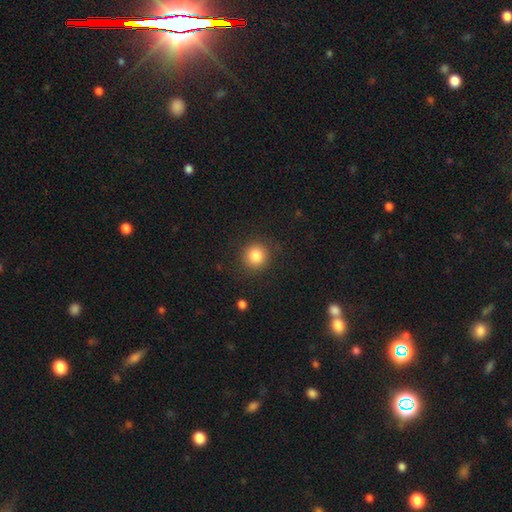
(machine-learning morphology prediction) Smooth or featured? smooth (84%)
How rounded? round (92%)
Merging? none (89%)